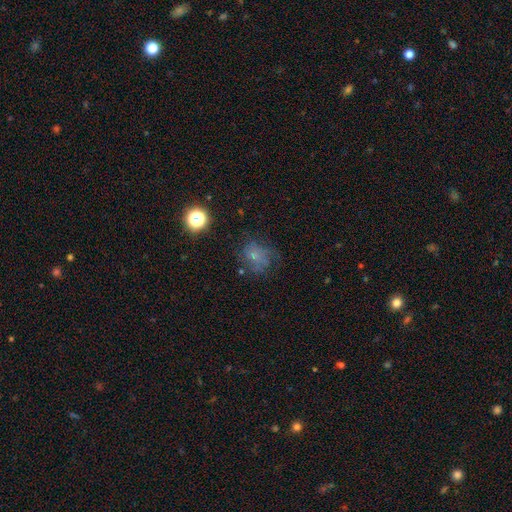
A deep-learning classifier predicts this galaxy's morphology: Overall: smooth (53%; featured or disk 27%). How rounded: round (64%; in between 35%). Merging: none (54%; minor disturbance 23%).